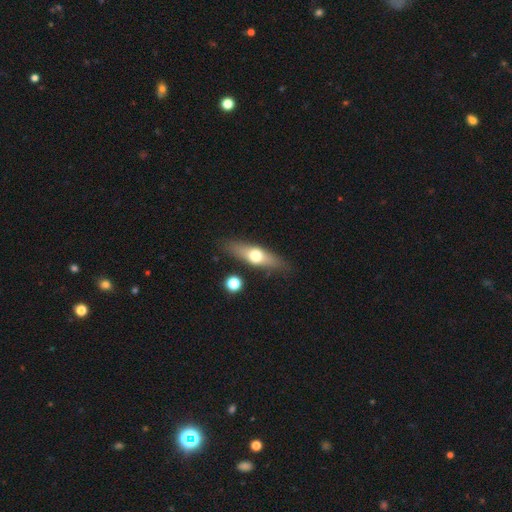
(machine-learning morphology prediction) Q: Smooth or featured?
A: smooth (49%); runner-up: featured or disk (45%)
Q: Merging?
A: none (83%); runner-up: minor disturbance (11%)